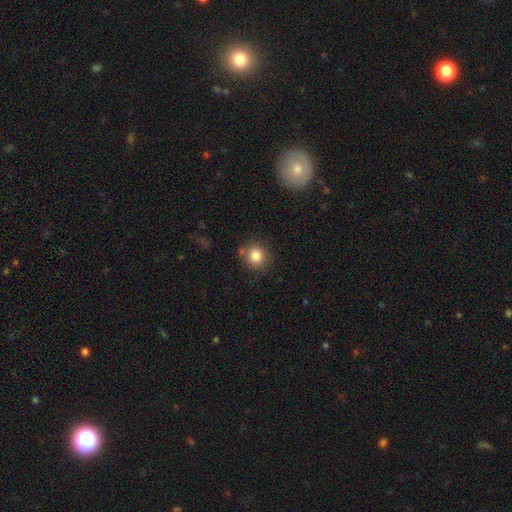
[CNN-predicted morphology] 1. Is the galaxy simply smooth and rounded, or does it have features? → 83% smooth, 10% star or artifact, 7% featured or disk.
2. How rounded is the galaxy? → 86% round, 13% in between, 1% cigar-shaped.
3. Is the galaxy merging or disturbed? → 80% none, 11% minor disturbance, 5% merger, 3% major disturbance.